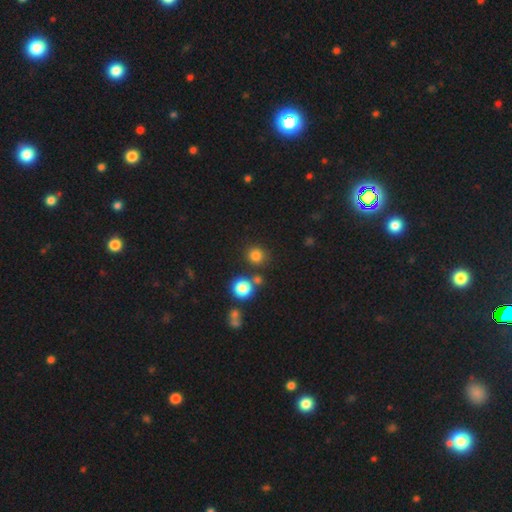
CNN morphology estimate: Overall: smooth (79%). How rounded: round (89%). Merging: none (81%).